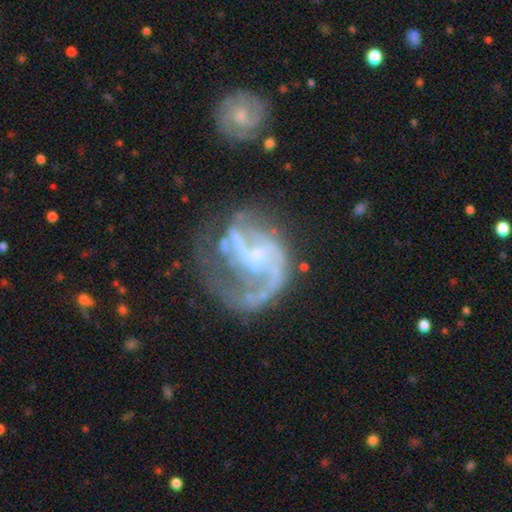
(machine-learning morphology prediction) featured or disk 83%, smooth 9%, star or artifact 8%. Down the decision tree: edge-on disk — no (98%); bar — no (43%); spiral arms — yes (86%); spiral arm count — 1 (41%); spiral winding — loose (42%); bulge size — small (48%); merging — major disturbance (42%).